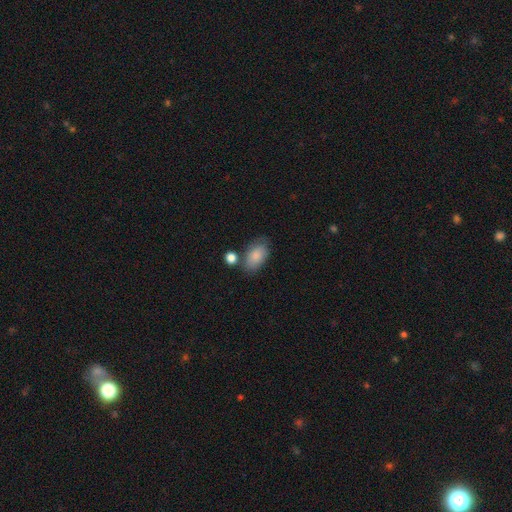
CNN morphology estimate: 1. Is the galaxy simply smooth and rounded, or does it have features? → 85% smooth, 8% featured or disk, 7% star or artifact.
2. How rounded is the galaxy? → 92% in between, 7% round, 2% cigar-shaped.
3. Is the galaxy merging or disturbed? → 64% none, 20% minor disturbance, 10% merger, 6% major disturbance.